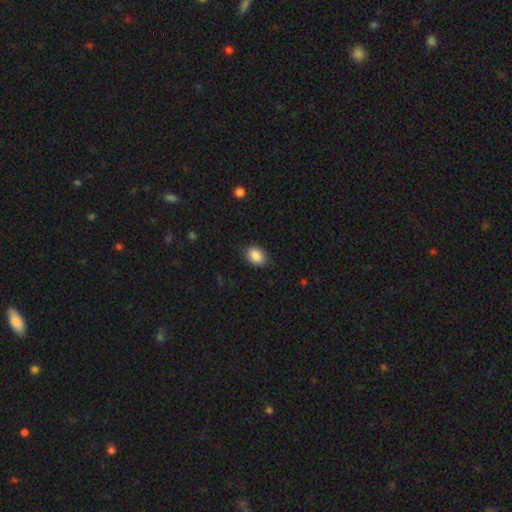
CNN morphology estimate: Smooth or featured? smooth (88%)
How rounded? in between (73%)
Merging? none (85%)